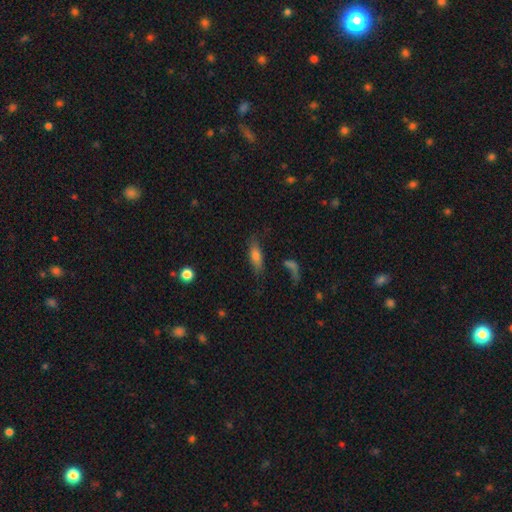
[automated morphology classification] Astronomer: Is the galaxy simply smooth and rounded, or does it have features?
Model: smooth — 72%.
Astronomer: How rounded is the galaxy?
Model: in between — 61% (runner-up: cigar-shaped, 36%).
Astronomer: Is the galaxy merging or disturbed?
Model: none — 66%.